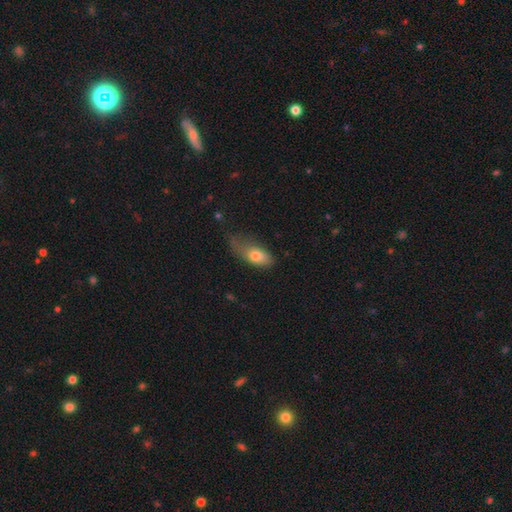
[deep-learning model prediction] This is likely a smooth galaxy (76%). How rounded: clearly in between (84%). Merging: marginally minor disturbance (38%).